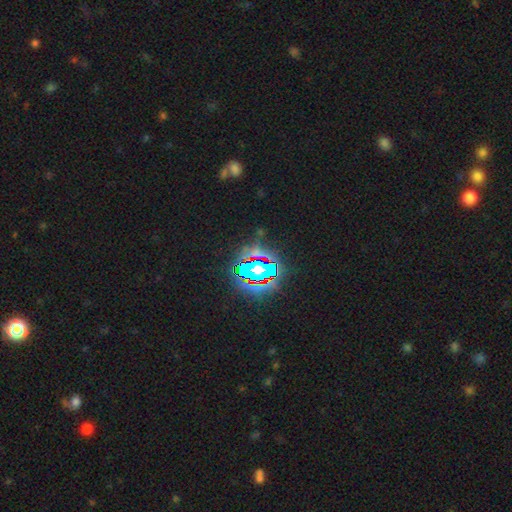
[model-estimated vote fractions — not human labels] Smooth or featured? star or artifact (77%)